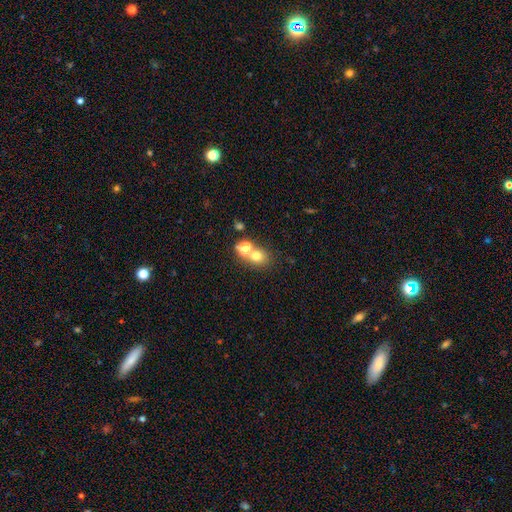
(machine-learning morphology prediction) Q: Smooth or featured?
A: smooth (70%); runner-up: star or artifact (18%)
Q: How rounded?
A: round (73%); runner-up: in between (26%)
Q: Merging?
A: none (53%); runner-up: merger (36%)